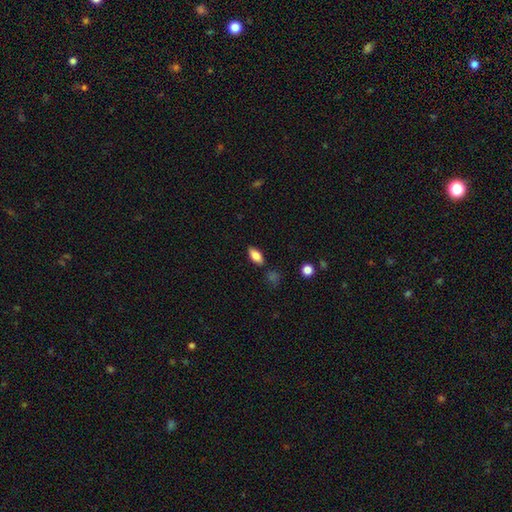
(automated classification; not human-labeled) A smooth galaxy with no disk features (81%) that is in between round and cigar-shaped (87%).

Vote fractions:
- Smooth or featured? smooth: 81% / featured or disk: 11% / star or artifact: 8%
- How rounded? in between: 87% / cigar-shaped: 10% / round: 3%
- Merging? none: 82% / minor disturbance: 12% / merger: 3% / major disturbance: 3%